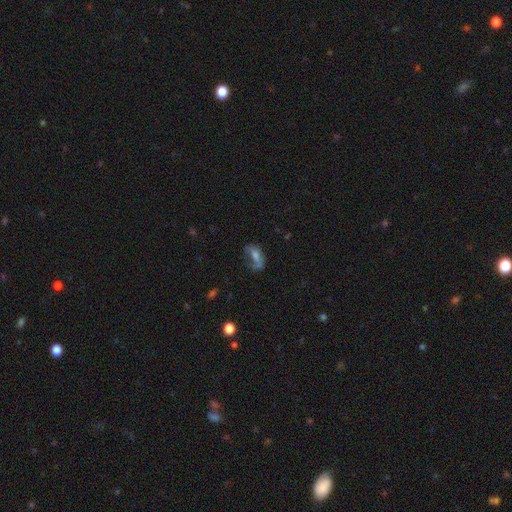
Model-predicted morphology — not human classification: type=smooth (43%); merging=major disturbance (38%).